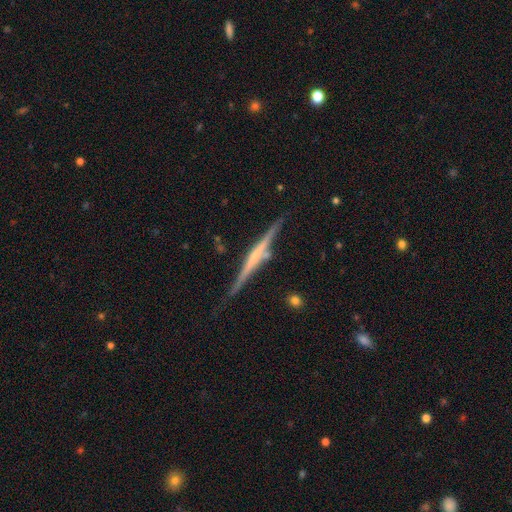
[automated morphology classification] Q: Smooth or featured?
A: featured or disk (78%); runner-up: smooth (17%)
Q: Edge-on disk?
A: yes (98%); runner-up: no (2%)
Q: Edge-on bulge?
A: none (43%); runner-up: rounded (40%)
Q: Merging?
A: none (82%); runner-up: minor disturbance (12%)